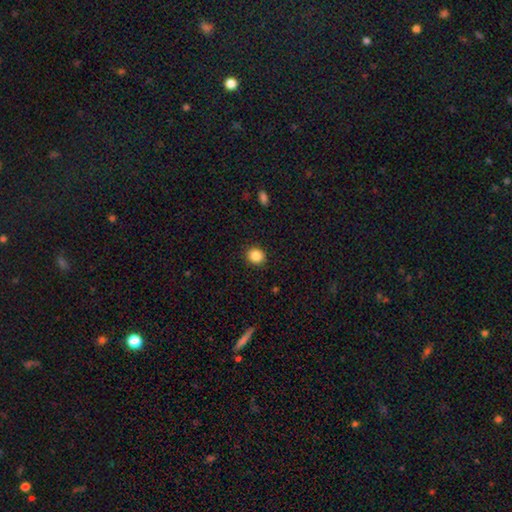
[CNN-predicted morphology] Smooth or featured? Predicted: smooth (p=0.87). How rounded? Predicted: round (p=0.77). Merging? Predicted: none (p=0.91).